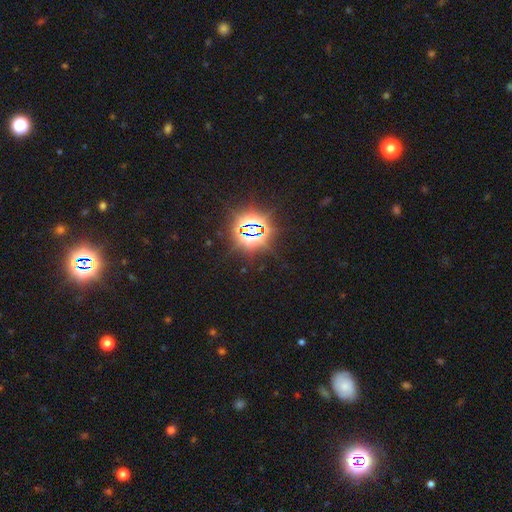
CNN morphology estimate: star or artifact 81%, smooth 13%, featured or disk 6%.